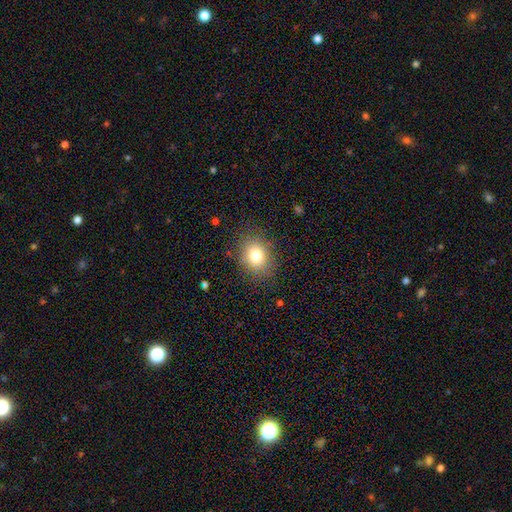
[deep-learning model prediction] This is likely a smooth galaxy (80%). How rounded: possibly round (54%). Merging: clearly none (85%).